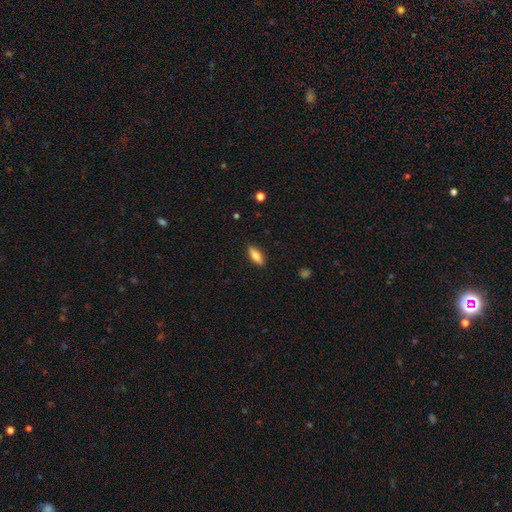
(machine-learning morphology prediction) Overall: smooth (77%). How rounded: in between (62%; cigar-shaped 35%). Merging: none (88%).